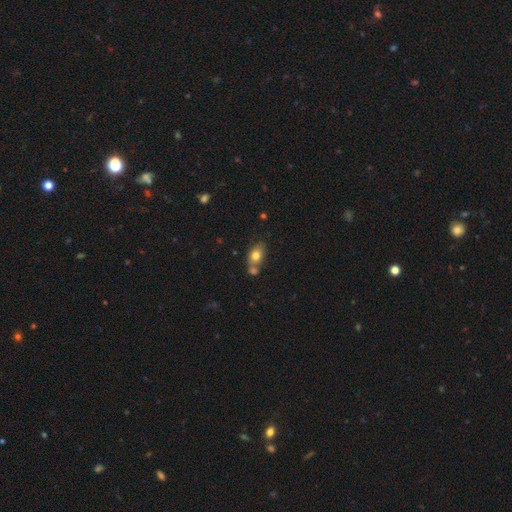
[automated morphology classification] Smooth or featured? Predicted: smooth (p=0.76). How rounded? Predicted: in between (p=0.79). Merging? Predicted: none (p=0.47).